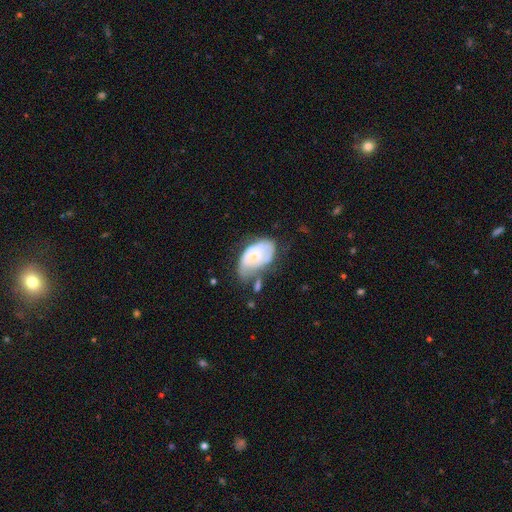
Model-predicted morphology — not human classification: A featured or disk galaxy (53%) with no bar (76%), spiral arms (50%, tied with no) and a small central bulge (57%).

Vote fractions:
- Smooth or featured? featured or disk: 53% / smooth: 39% / star or artifact: 7%
- Edge-on disk? no: 96% / yes: 4%
- Bar? no: 76% / weak: 20% / strong: 4%
- Spiral arms? yes: 50% (tied) / no: 50% (tied)
- Bulge size? small: 57% / moderate: 29% / none: 10% / large: 3% / dominant: 1%
- Merging? minor disturbance: 34% / none: 33% / major disturbance: 20% / merger: 13%